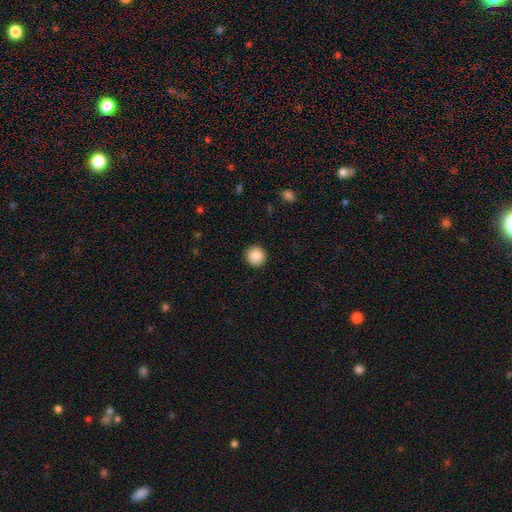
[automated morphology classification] Smooth or featured? smooth (89%)
How rounded? round (94%)
Merging? none (92%)